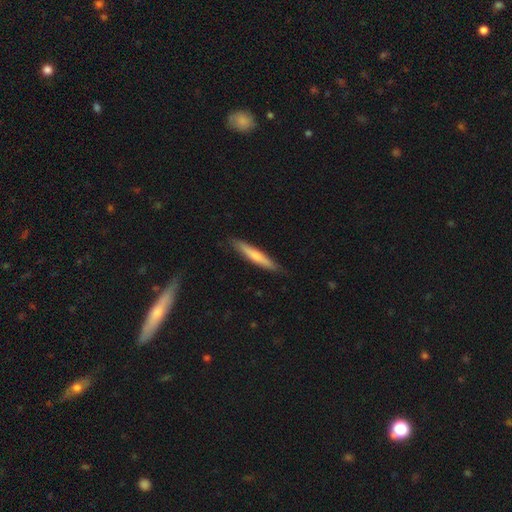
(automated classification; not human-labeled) Morphology: type=smooth (62%); roundness=cigar-shaped (93%); merging=none (88%).